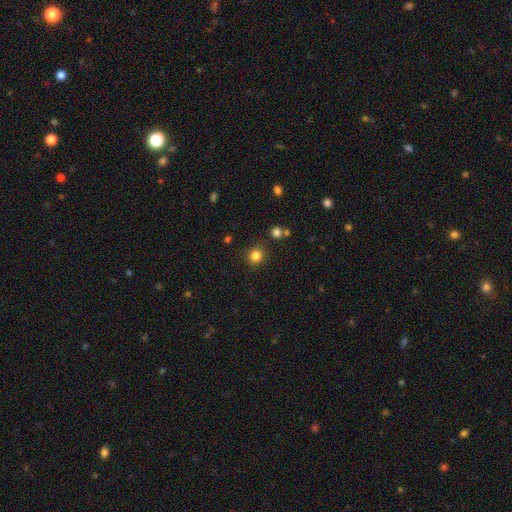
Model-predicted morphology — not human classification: This is clearly a smooth galaxy (82%). How rounded: clearly round (87%). Merging: clearly none (87%).